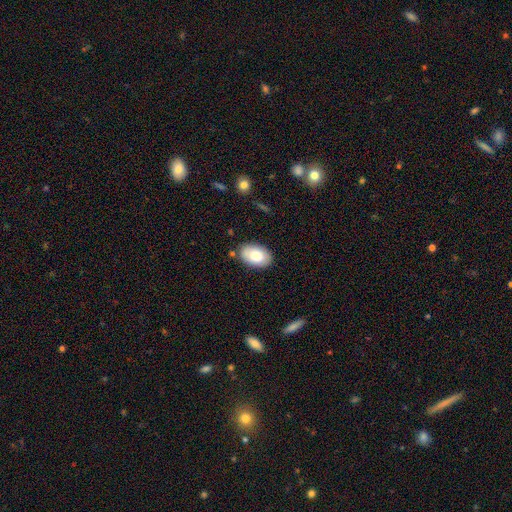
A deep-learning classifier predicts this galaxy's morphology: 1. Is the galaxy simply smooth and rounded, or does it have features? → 83% smooth, 11% featured or disk, 6% star or artifact.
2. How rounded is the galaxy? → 92% in between, 7% round, 1% cigar-shaped.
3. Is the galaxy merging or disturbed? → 82% none, 13% minor disturbance, 3% major disturbance, 2% merger.